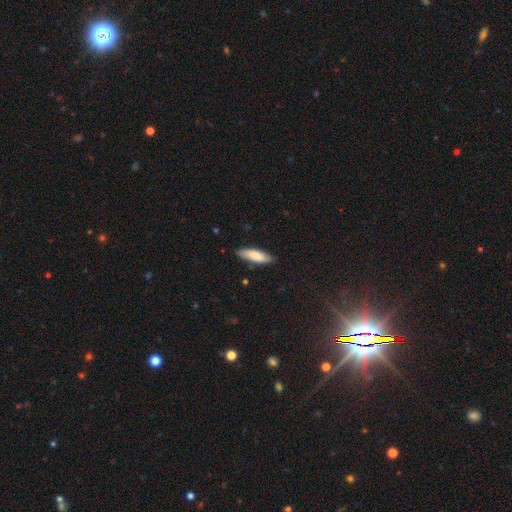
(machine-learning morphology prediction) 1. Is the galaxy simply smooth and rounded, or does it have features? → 82% smooth, 12% featured or disk, 5% star or artifact.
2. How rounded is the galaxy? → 49% in between (tied), 49% cigar-shaped (tied), 1% round.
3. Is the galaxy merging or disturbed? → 85% none, 12% minor disturbance, 2% major disturbance, 1% merger.